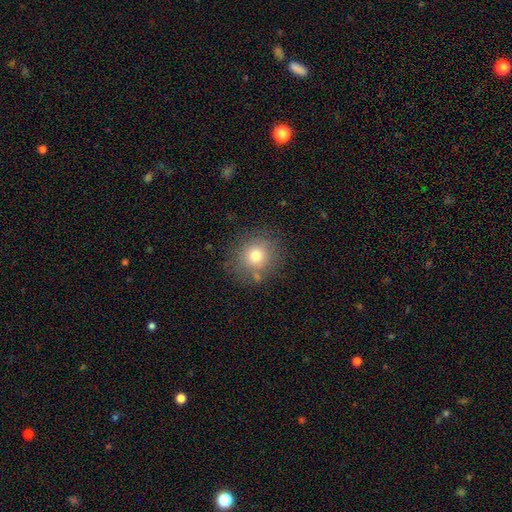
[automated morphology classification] smooth 77%, star or artifact 12%, featured or disk 11%. Down the decision tree: how rounded — round (86%); merging — none (80%).